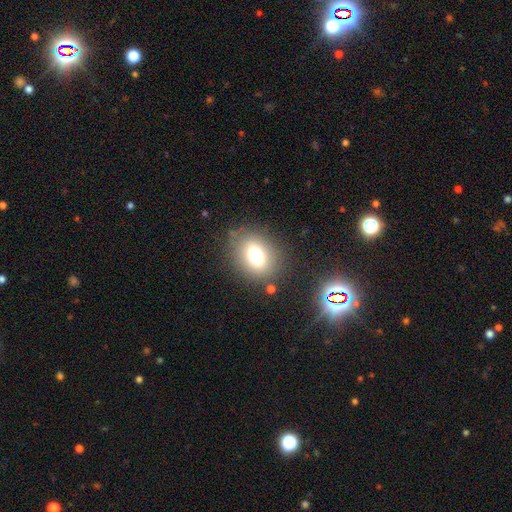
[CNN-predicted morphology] This is likely a smooth galaxy (72%). How rounded: possibly in between (59%). Merging: likely none (78%).